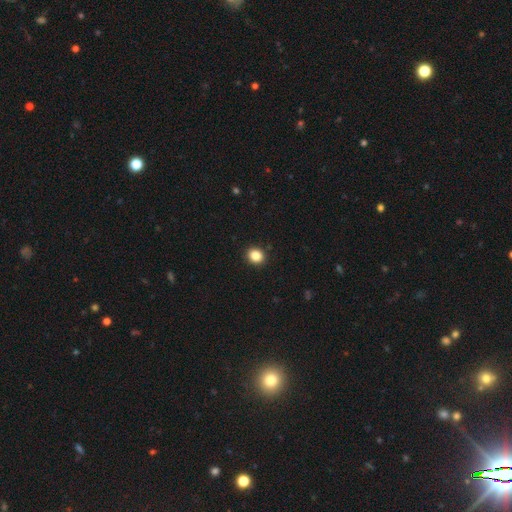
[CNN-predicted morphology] A smooth galaxy with no disk features (86%) that is round (75%).

Vote fractions:
- Smooth or featured? smooth: 86% / star or artifact: 10% / featured or disk: 3%
- How rounded? round: 75% / in between: 24% / cigar-shaped: 1%
- Merging? none: 91% / minor disturbance: 6% / major disturbance: 2% / merger: 1%